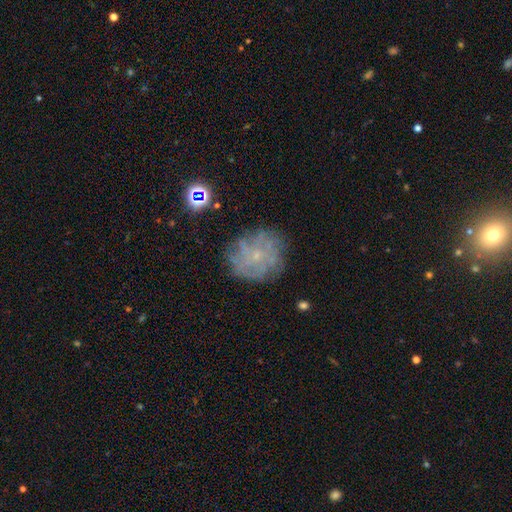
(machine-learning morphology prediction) This is possibly a featured or disk galaxy (55%). It is clearly not viewed edge-on (97%). Bar: clearly no (83%). Spiral arm pattern: likely yes (60%). Central bulge: likely small (79%). Merging: likely none (74%).